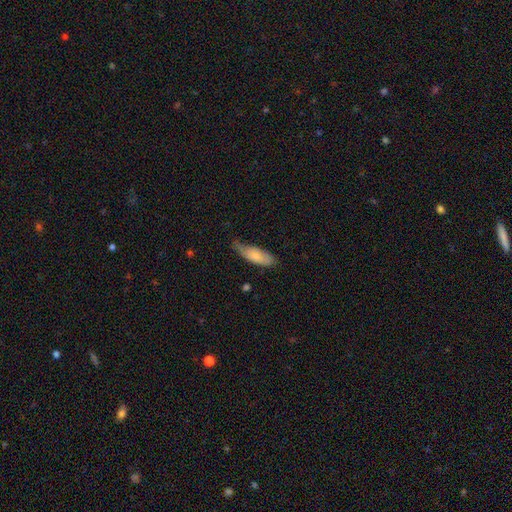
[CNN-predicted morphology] A smooth galaxy with no disk features (75%) that is in between round and cigar-shaped (65%). Merging: none (47%).